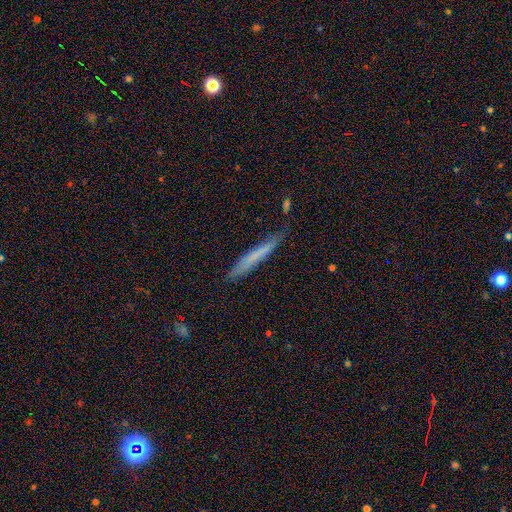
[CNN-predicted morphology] The model was most divided on "smooth or featured": smooth: 60%, featured or disk: 33%, star or artifact: 7%. More confident: how rounded — cigar-shaped (95%); merging — none (71%).